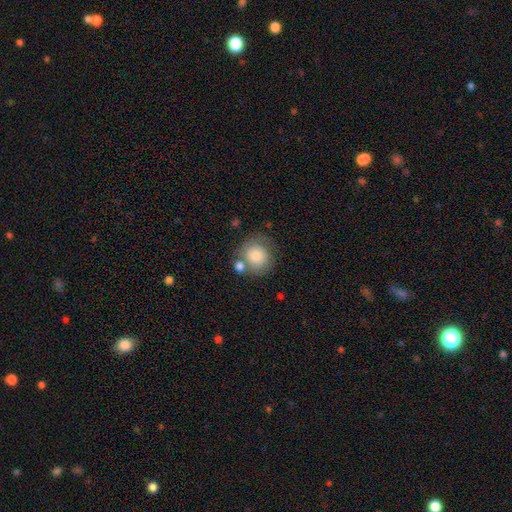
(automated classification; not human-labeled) A smooth galaxy with no disk features (75%) that is round (90%). Merging: none (59%).